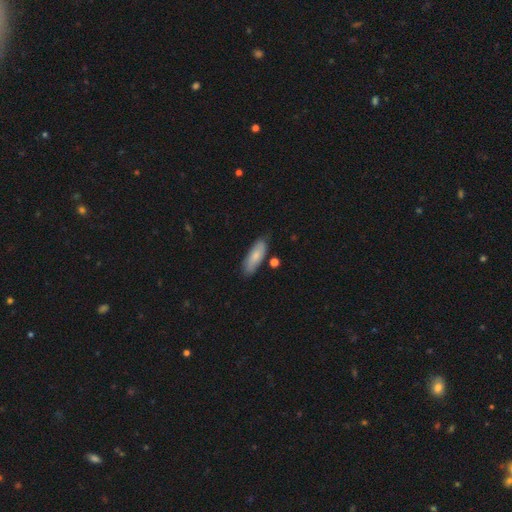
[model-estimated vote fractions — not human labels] The model was most divided on "how rounded": in between: 63%, cigar-shaped: 35%, round: 2%. More confident: merging — none (77%); smooth or featured — smooth (76%).